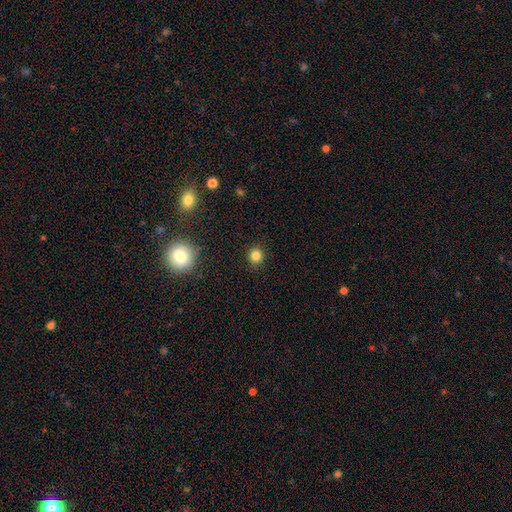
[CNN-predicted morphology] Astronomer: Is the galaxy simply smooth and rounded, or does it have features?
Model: smooth — 82%.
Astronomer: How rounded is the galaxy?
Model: round — 88%.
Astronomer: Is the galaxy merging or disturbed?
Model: none — 90%.